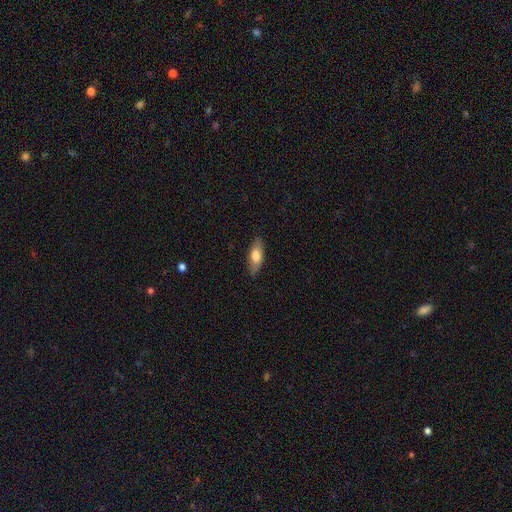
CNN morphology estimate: Smooth or featured? smooth (72%)
How rounded? in between (77%)
Merging? none (86%)